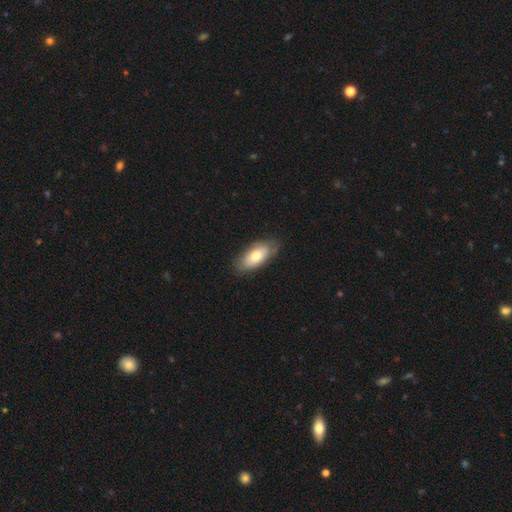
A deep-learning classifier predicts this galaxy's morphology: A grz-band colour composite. It shows a smooth galaxy with no disk features (71%) that is in between round and cigar-shaped (88%). Merging: none (78%).